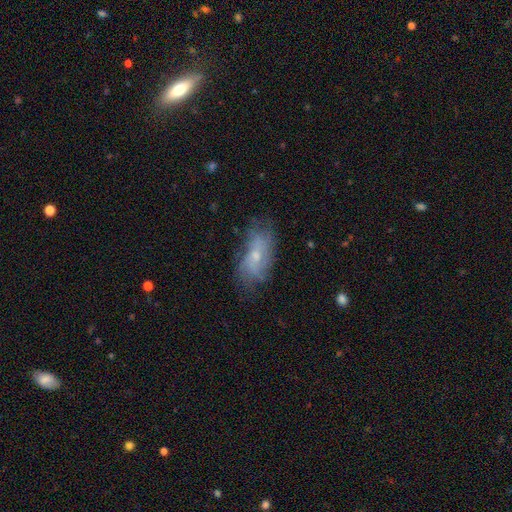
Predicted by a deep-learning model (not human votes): Morphology: type=featured or disk (53%); edge-on=no (90%); merging=none (61%).